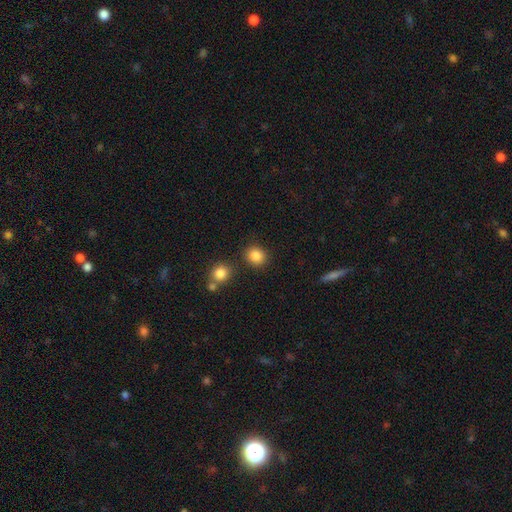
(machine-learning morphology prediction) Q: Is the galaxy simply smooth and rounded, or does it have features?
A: smooth — 86%.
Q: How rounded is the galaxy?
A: round — 69%.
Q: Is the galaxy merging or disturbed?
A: none — 81%.